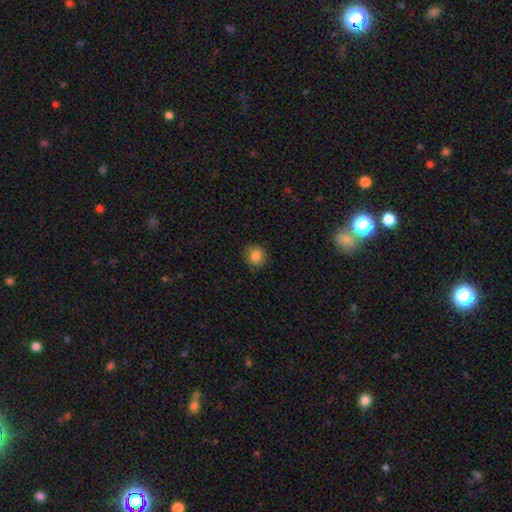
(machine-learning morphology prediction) Smooth or featured?
  - smooth: 84% *
  - star or artifact: 10%
  - featured or disk: 6%
How rounded?
  - round: 84% *
  - in between: 15%
  - cigar-shaped: 1%
Merging?
  - none: 87% *
  - minor disturbance: 9%
  - major disturbance: 2%
  - merger: 1%